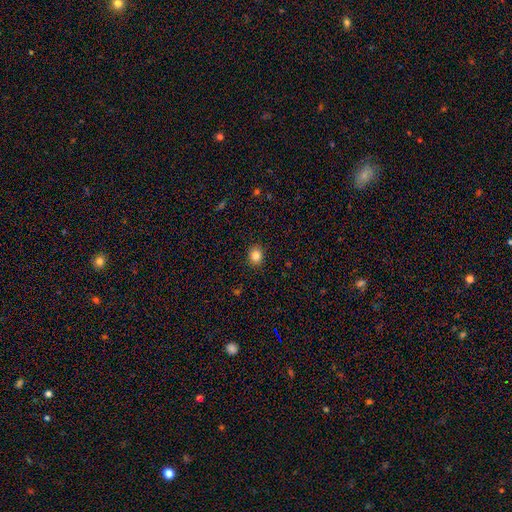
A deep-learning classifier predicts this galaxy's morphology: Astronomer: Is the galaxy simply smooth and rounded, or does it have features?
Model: smooth — 84%.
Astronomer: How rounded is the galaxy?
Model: round — 68%.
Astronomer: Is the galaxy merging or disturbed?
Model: none — 91%.